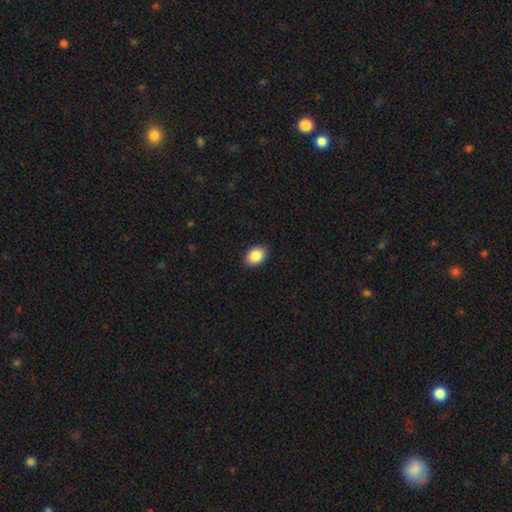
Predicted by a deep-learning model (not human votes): smooth-or-featured: smooth: 88% | star or artifact: 8% | featured or disk: 5%
  how-rounded: in between: 81% | round: 18% | cigar-shaped: 1%
  merging: none: 88% | minor disturbance: 9% | major disturbance: 2% | merger: 1%